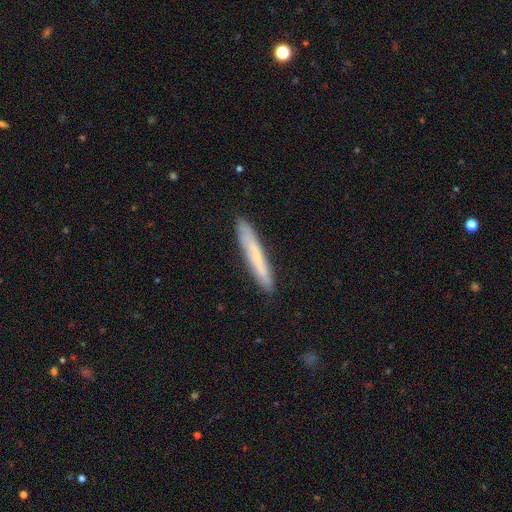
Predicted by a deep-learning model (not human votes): A smooth galaxy with no disk features (57%) that is cigar-shaped (95%). Merging: none (89%).